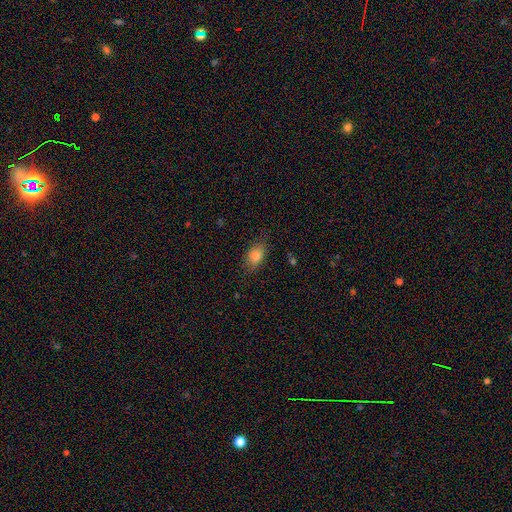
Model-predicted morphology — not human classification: smooth-or-featured: smooth: 81% | star or artifact: 10% | featured or disk: 9%
  how-rounded: in between: 82% | round: 14% | cigar-shaped: 4%
  merging: none: 78% | minor disturbance: 17% | major disturbance: 4% | merger: 1%